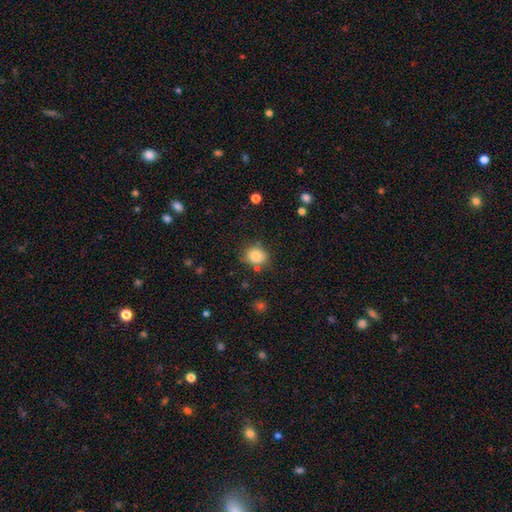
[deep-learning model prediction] A smooth galaxy with no disk features (82%) that is round (67%). Merging: none (76%).